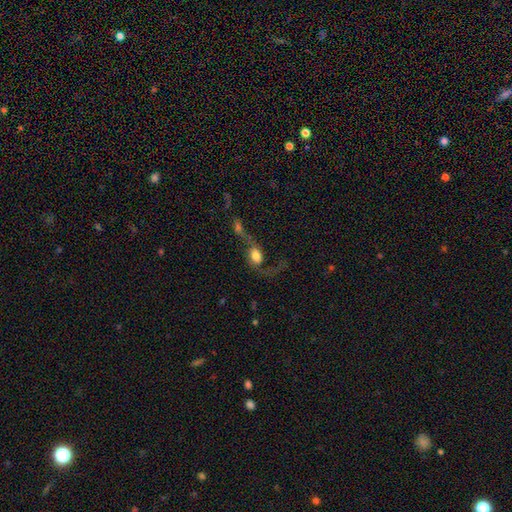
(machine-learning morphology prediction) Smooth or featured? smooth (50%)
How rounded? in between (71%)
Merging? merger (47%)